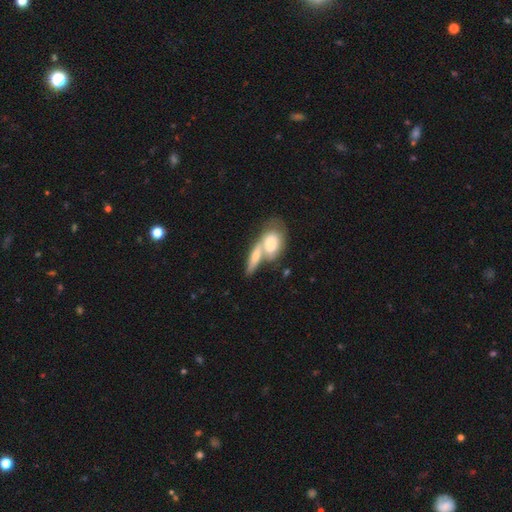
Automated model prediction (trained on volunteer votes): Morphology: type=smooth (63%); roundness=in between (68%); merging=merger (63%).